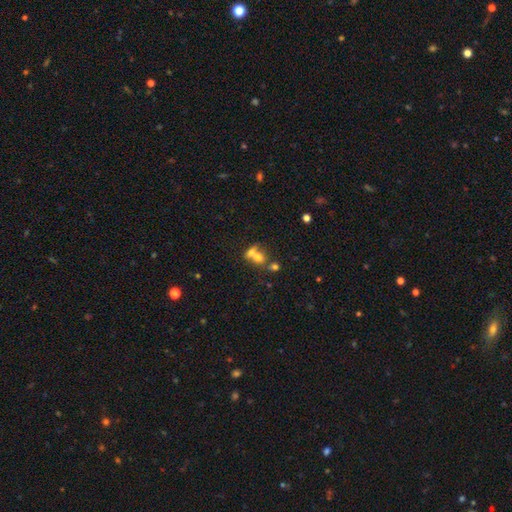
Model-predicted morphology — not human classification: Smooth or featured?
  - smooth: 65% *
  - featured or disk: 20%
  - star or artifact: 14%
How rounded?
  - round: 59% *
  - in between: 39%
  - cigar-shaped: 2%
Merging?
  - merger: 63% *
  - none: 26%
  - minor disturbance: 7%
  - major disturbance: 5%